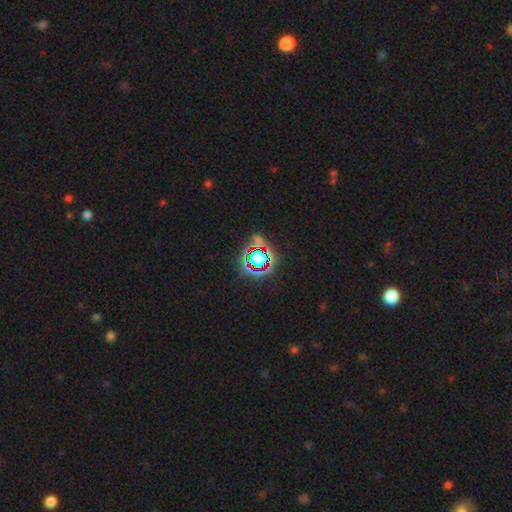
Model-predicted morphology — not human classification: A star or artifact, not a galaxy (64%).